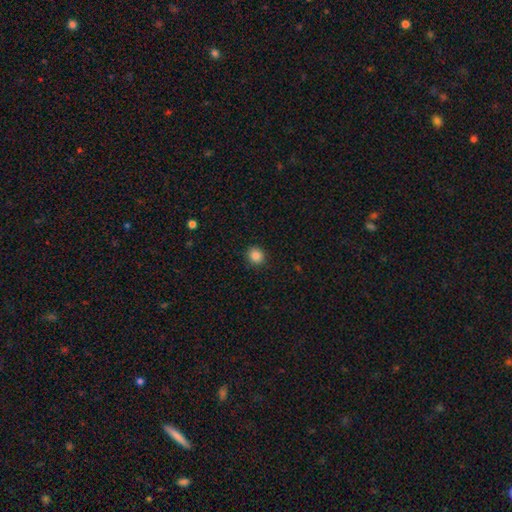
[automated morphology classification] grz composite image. It shows a smooth galaxy with no disk features (86%) that is round (82%). Merging: none (91%).